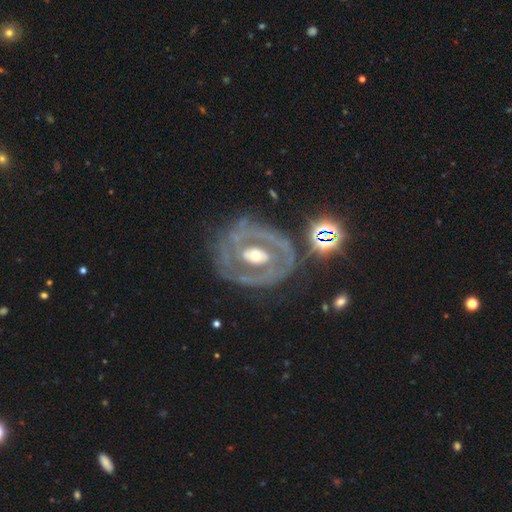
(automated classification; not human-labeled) Q: Smooth or featured?
A: featured or disk (83%); runner-up: smooth (11%)
Q: Edge-on disk?
A: no (96%); runner-up: yes (4%)
Q: Bar?
A: no (55%); runner-up: weak (27%)
Q: Spiral arms?
A: yes (69%); runner-up: no (31%)
Q: Spiral winding?
A: tight (58%); runner-up: medium (30%)
Q: Spiral arm count?
A: 2 (44%); runner-up: can't tell (28%)
Q: Bulge size?
A: moderate (64%); runner-up: small (24%)
Q: Merging?
A: none (62%); runner-up: minor disturbance (19%)